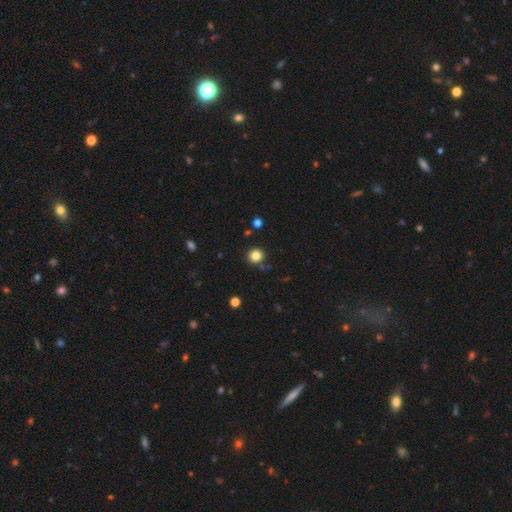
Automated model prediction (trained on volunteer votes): Overall: smooth (82%). How rounded: round (93%). Merging: none (87%).